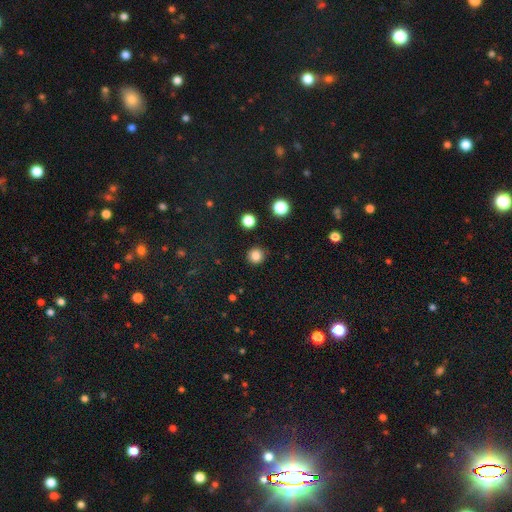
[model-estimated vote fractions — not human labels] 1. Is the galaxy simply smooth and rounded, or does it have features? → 84% smooth, 12% star or artifact, 4% featured or disk.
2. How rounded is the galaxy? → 94% round, 5% in between, 1% cigar-shaped.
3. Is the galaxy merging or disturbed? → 90% none, 6% minor disturbance, 2% major disturbance, 2% merger.